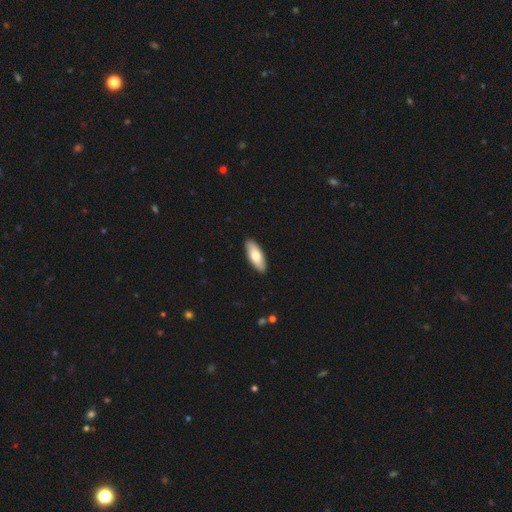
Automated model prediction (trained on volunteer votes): This appears to be a smooth galaxy with no disk features (73%) that is in between round and cigar-shaped (73%). Merging: none (91%).